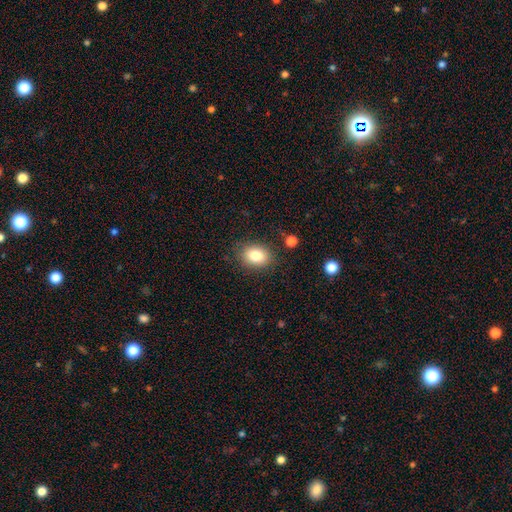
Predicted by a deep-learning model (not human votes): This is clearly a smooth galaxy (82%). How rounded: likely in between (67%). Merging: clearly none (84%).